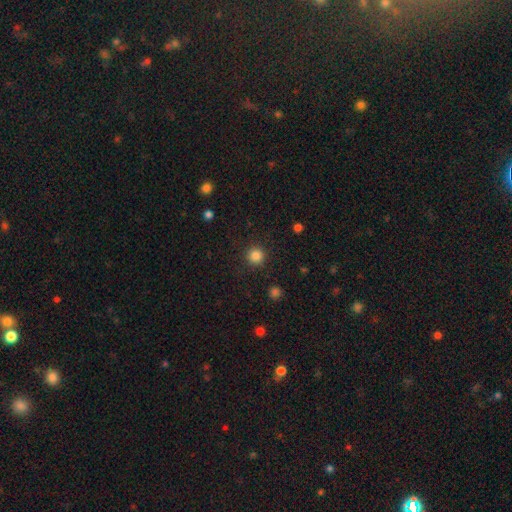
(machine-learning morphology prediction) Smooth or featured?
  - smooth: 84% *
  - star or artifact: 12%
  - featured or disk: 4%
How rounded?
  - round: 95% *
  - in between: 4%
  - cigar-shaped: 1%
Merging?
  - none: 92% *
  - minor disturbance: 5%
  - major disturbance: 2%
  - merger: 1%